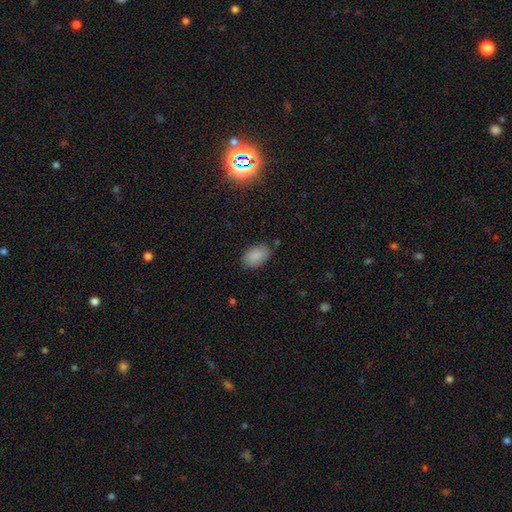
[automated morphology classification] This appears to be a smooth galaxy with no disk features (88%) that is in between round and cigar-shaped (92%). Merging: none (81%).